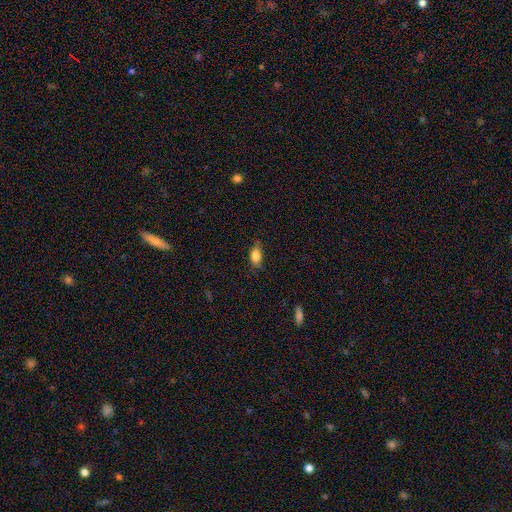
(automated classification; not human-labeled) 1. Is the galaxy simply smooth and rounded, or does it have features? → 80% smooth, 11% featured or disk, 8% star or artifact.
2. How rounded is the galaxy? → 84% in between, 10% round, 7% cigar-shaped.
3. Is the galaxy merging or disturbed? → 69% none, 24% minor disturbance, 6% major disturbance, 1% merger.